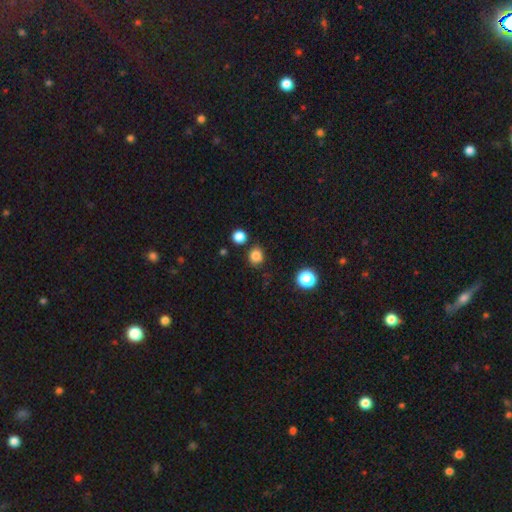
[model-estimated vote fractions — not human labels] This is clearly a smooth galaxy (82%). How rounded: clearly round (81%). Merging: clearly none (81%).